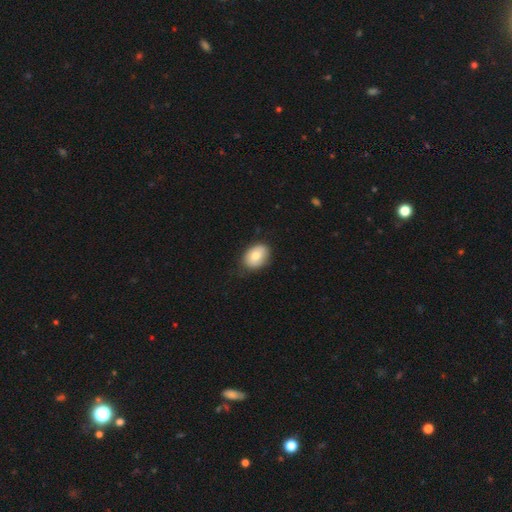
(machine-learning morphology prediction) Overall: smooth (79%). How rounded: in between (76%). Merging: none (78%).